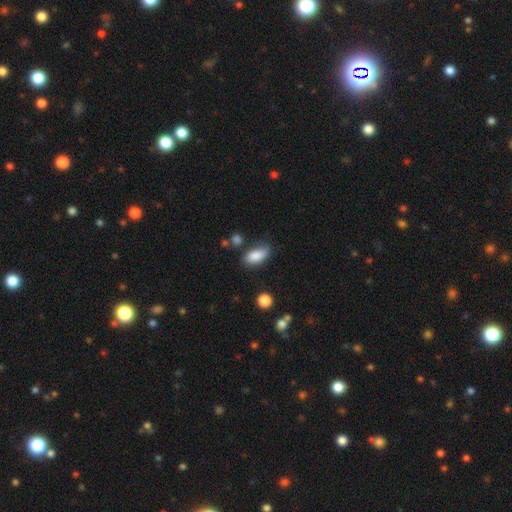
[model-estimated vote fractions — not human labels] Morphology: type=smooth (82%); roundness=in between (87%); merging=none (65%).